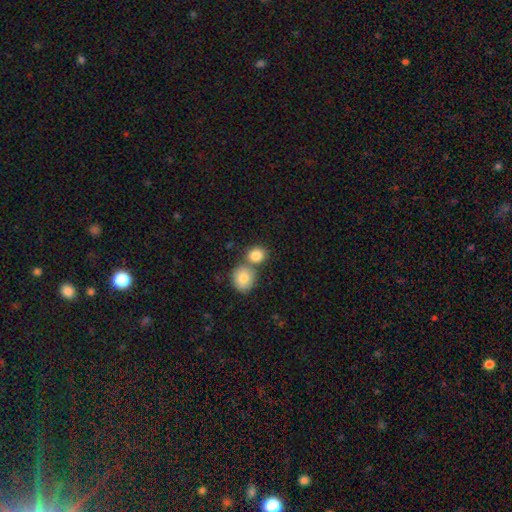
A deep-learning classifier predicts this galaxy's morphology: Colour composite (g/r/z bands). It shows a smooth galaxy with no disk features (86%) that is round (68%). Merging: none (48%).